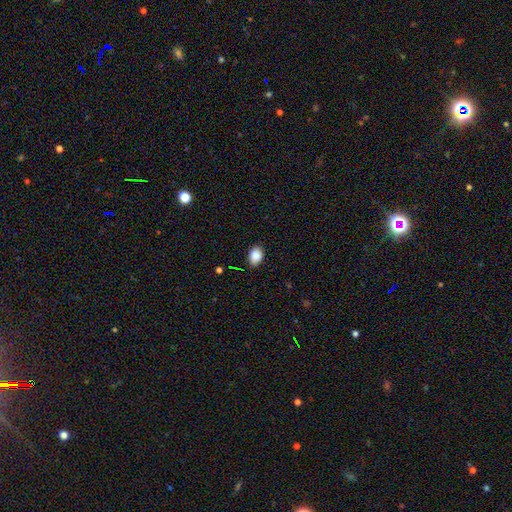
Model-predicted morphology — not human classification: type=smooth (87%); roundness=in between (77%); merging=none (81%).